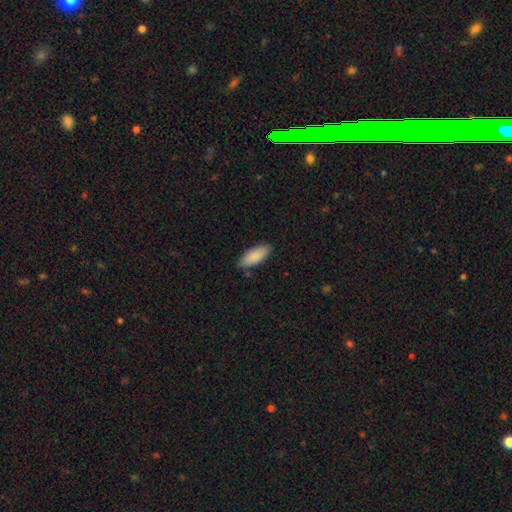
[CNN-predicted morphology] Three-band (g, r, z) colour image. It shows a smooth galaxy with no disk features (89%) that is in between round and cigar-shaped (80%). Merging: none (85%).